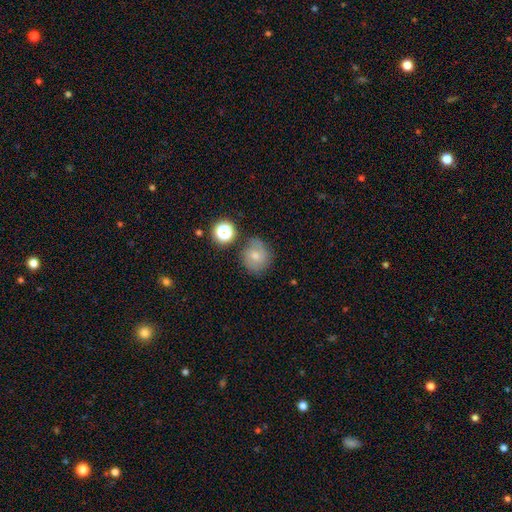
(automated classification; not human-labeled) smooth_or_featured: smooth (p=0.51) [alt: featured or disk p=0.36]
how_rounded: round (p=0.78) [alt: in between p=0.21]
merging: none (p=0.69) [alt: minor disturbance p=0.18]